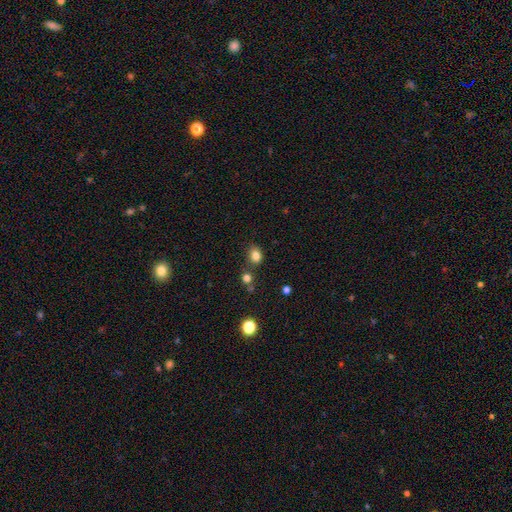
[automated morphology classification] A smooth galaxy with no disk features (81%) that is in between round and cigar-shaped (52%). Merging: none (73%).